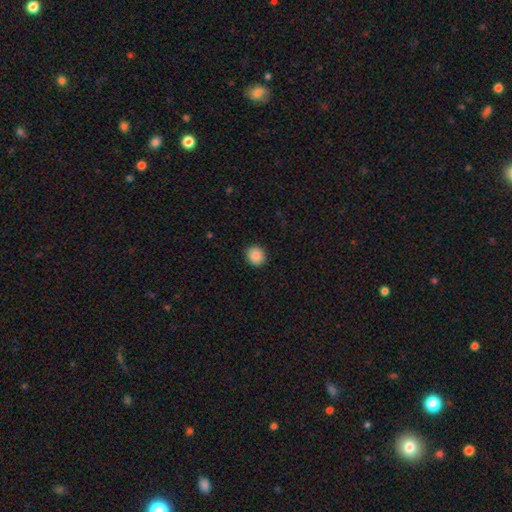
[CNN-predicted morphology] type=smooth (88%); roundness=round (80%); merging=none (91%).